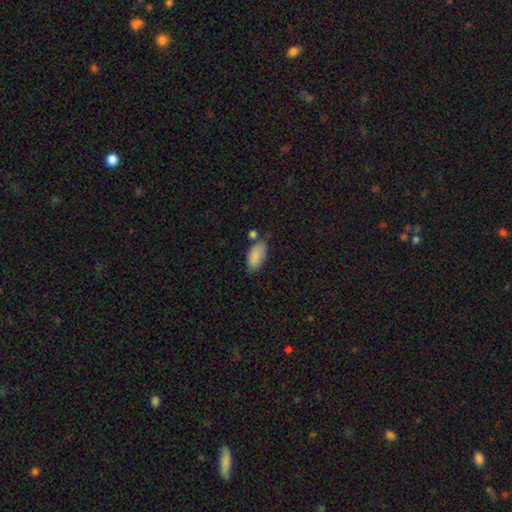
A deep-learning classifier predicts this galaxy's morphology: smooth_or_featured: smooth (p=0.88) [alt: star or artifact p=0.07]
how_rounded: in between (p=0.93) [alt: cigar-shaped p=0.04]
merging: none (p=0.67) [alt: minor disturbance p=0.19]